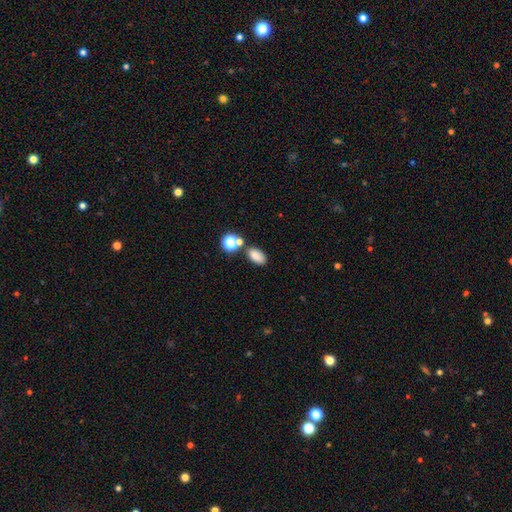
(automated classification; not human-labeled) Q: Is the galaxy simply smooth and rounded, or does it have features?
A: smooth — 81%.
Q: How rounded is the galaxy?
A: in between — 88%.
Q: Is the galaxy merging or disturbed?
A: none — 70%.